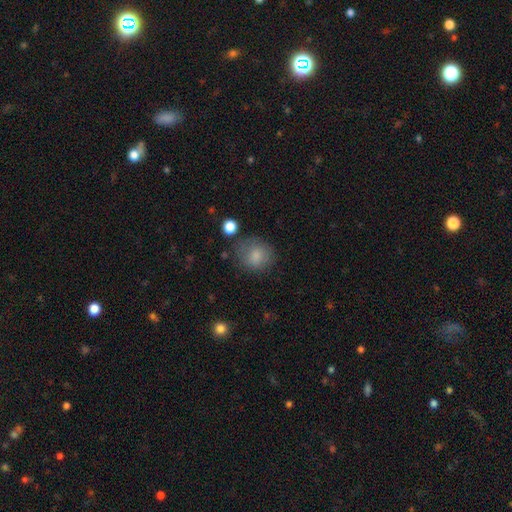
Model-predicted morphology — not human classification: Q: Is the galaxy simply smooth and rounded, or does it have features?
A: smooth — 83%.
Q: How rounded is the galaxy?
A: round — 81%.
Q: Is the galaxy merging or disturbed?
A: none — 72%.